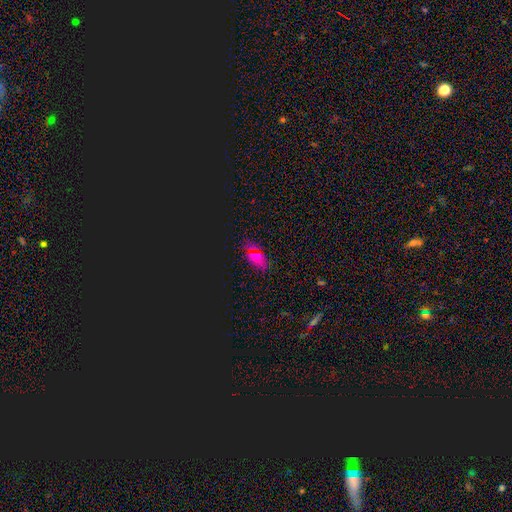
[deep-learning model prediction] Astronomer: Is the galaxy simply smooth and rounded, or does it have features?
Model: smooth — 57% (runner-up: star or artifact, 33%).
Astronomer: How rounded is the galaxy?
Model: in between — 85%.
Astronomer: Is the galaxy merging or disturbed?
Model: none — 82%.